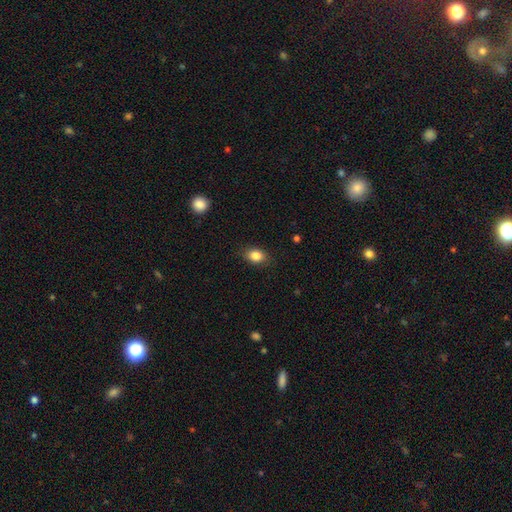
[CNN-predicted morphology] The model was most divided on "how rounded": in between: 74%, round: 24%, cigar-shaped: 2%. More confident: smooth or featured — smooth (85%); merging — none (82%).